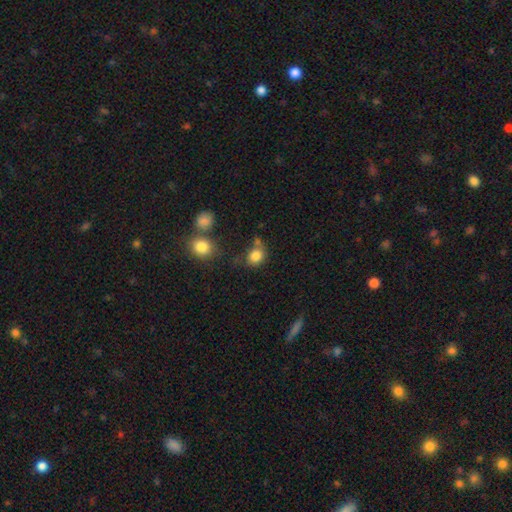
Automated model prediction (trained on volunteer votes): Q: Smooth or featured?
A: smooth (82%); runner-up: star or artifact (11%)
Q: How rounded?
A: round (71%); runner-up: in between (28%)
Q: Merging?
A: none (60%); runner-up: minor disturbance (17%)